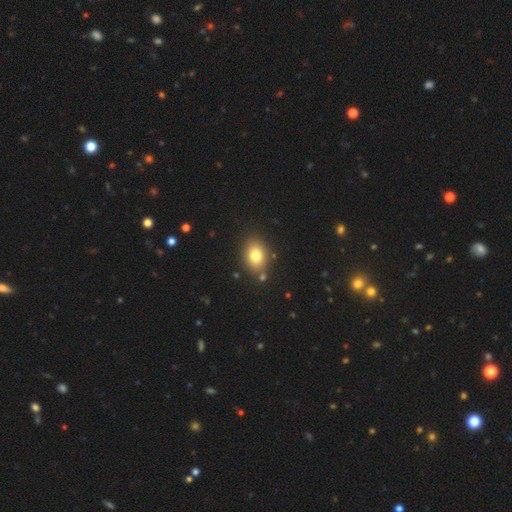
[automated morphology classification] smooth-or-featured: smooth: 80% | star or artifact: 11% | featured or disk: 10%
  how-rounded: in between: 62% | round: 36% | cigar-shaped: 1%
  merging: none: 82% | minor disturbance: 10% | merger: 5% | major disturbance: 3%